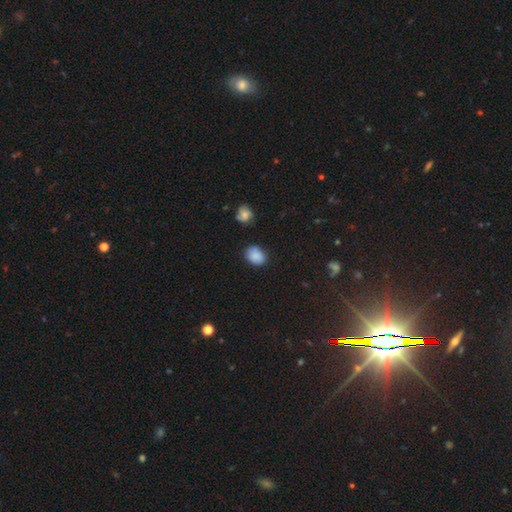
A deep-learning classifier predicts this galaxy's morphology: type=smooth (86%); roundness=in between (59%); merging=none (76%).